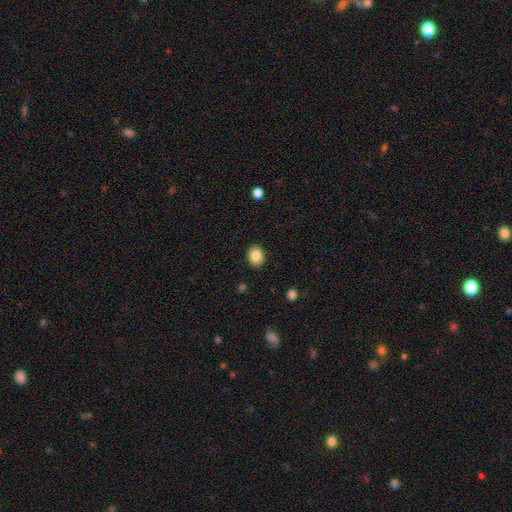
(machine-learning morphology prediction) Overall: smooth (85%). How rounded: in between (52%; round 47%). Merging: none (90%).